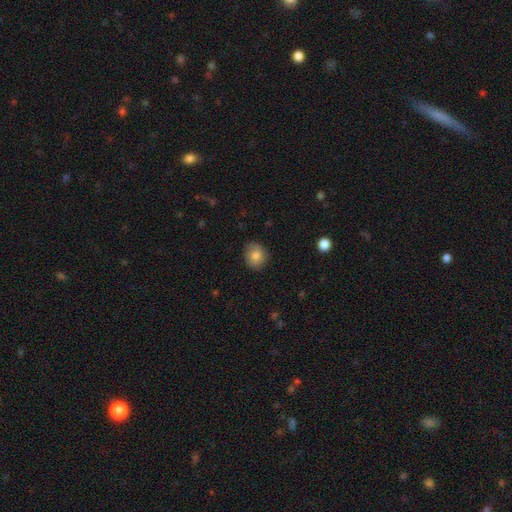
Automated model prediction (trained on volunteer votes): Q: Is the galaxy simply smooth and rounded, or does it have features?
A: smooth — 82%.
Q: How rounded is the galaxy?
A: round — 74%.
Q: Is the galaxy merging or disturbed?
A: none — 82%.